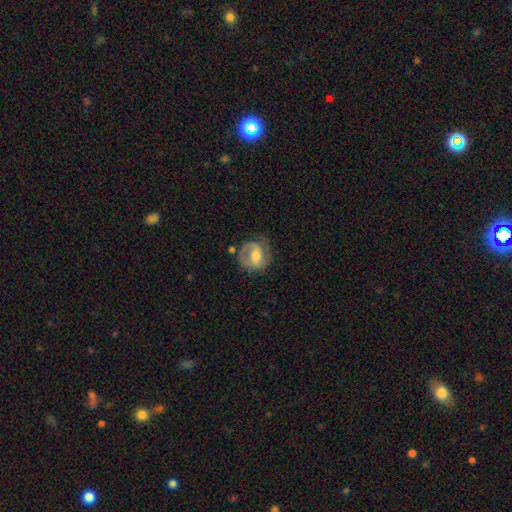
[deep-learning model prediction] Smooth or featured? featured or disk (67%)
Edge-on disk? no (97%)
Bar? weak (47%)
Spiral arms? yes (84%)
Spiral winding? medium (46%)
Spiral arm count? 2 (66%)
Bulge size? moderate (64%)
Merging? none (65%)